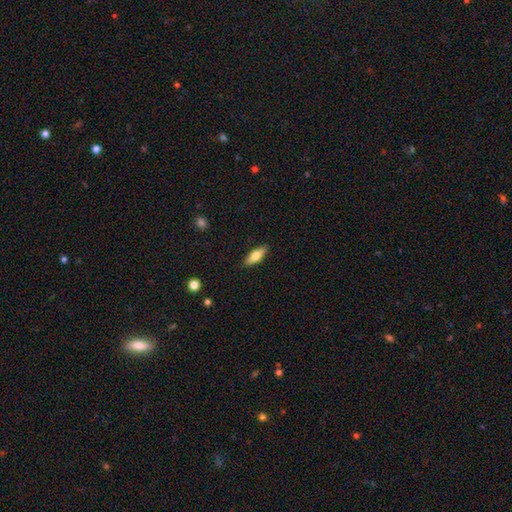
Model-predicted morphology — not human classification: Smooth or featured?
  - smooth: 62% *
  - featured or disk: 32%
  - star or artifact: 6%
How rounded?
  - in between: 55% *
  - cigar-shaped: 42%
  - round: 3%
Merging?
  - none: 89% *
  - minor disturbance: 8%
  - major disturbance: 2%
  - merger: 1%